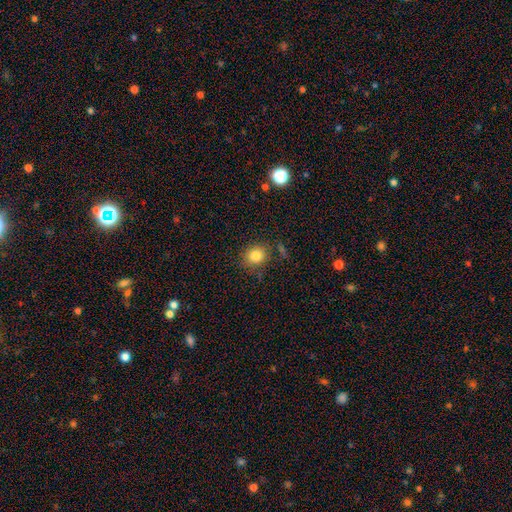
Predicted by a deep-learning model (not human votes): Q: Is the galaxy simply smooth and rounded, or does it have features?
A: smooth — 83%.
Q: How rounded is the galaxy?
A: round — 77%.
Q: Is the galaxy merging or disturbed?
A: none — 79%.